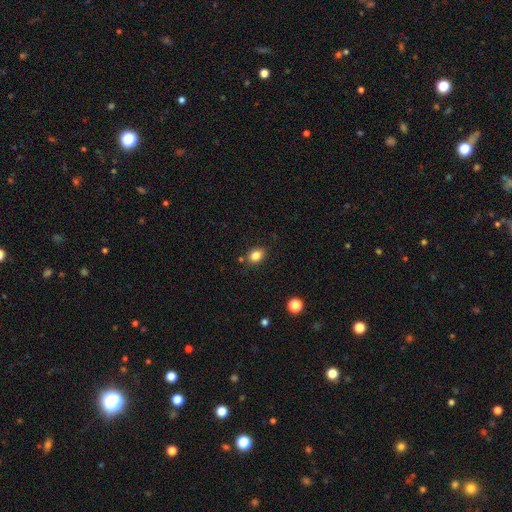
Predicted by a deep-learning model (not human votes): Q: Smooth or featured?
A: smooth (83%); runner-up: star or artifact (11%)
Q: How rounded?
A: in between (58%); runner-up: round (41%)
Q: Merging?
A: none (82%); runner-up: minor disturbance (12%)